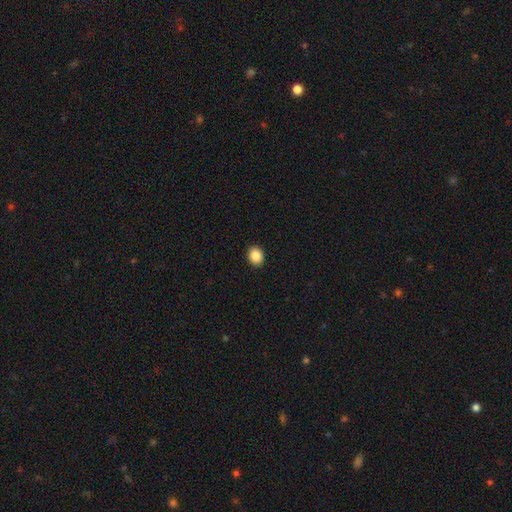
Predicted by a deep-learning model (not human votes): The model was most divided on "how rounded": round: 52%, in between: 47%, cigar-shaped: 1%. More confident: merging — none (92%); smooth or featured — smooth (88%).